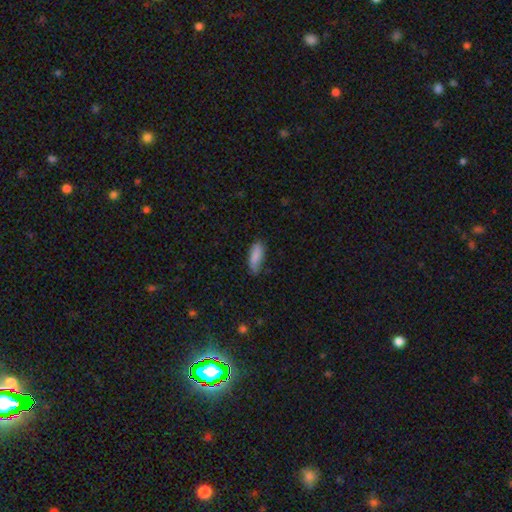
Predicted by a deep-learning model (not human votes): The model was most divided on "merging": none: 66%, minor disturbance: 27%, major disturbance: 5%, merger: 2%. More confident: smooth or featured — smooth (85%); how rounded — in between (69%).